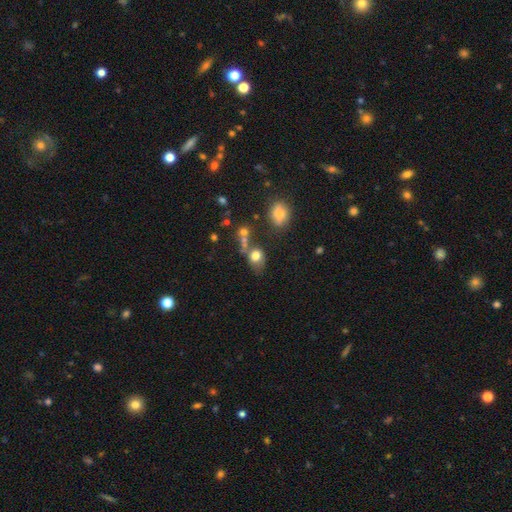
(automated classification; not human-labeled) Smooth or featured: smooth — 75% (featured or disk — 13%)
How rounded: in between — 55% (round — 44%)
Merging: none — 46% (merger — 23%)